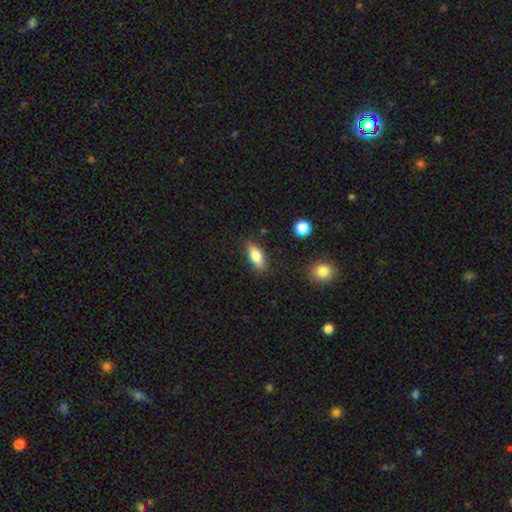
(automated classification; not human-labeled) A smooth galaxy with no disk features (77%) that is in between round and cigar-shaped (75%). Merging: none (83%).